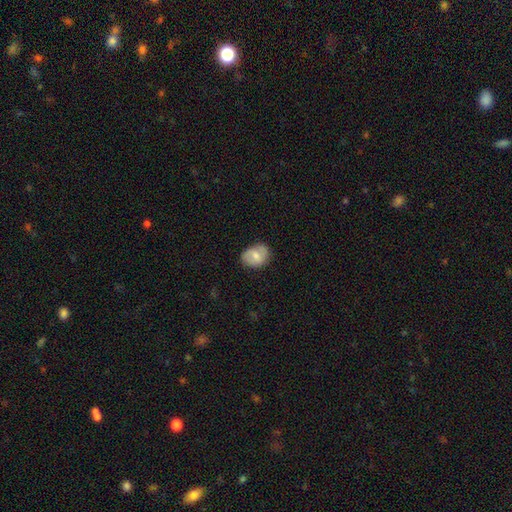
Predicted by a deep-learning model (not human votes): smooth_or_featured: smooth (p=0.65) [alt: featured or disk p=0.28]
how_rounded: in between (p=0.58) [alt: round p=0.41]
merging: none (p=0.71) [alt: minor disturbance p=0.23]